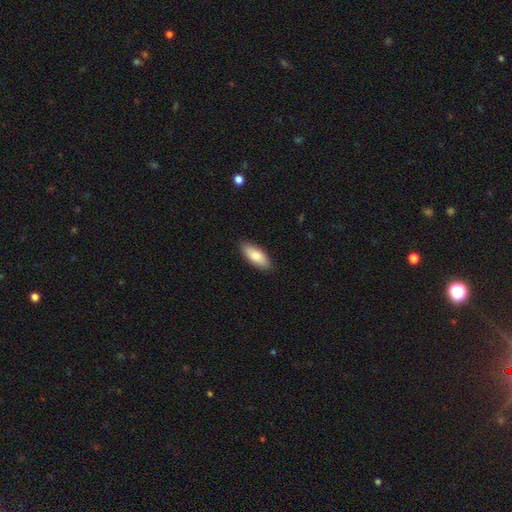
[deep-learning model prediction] This is clearly a smooth galaxy (81%). How rounded: likely in between (80%). Merging: clearly none (88%).